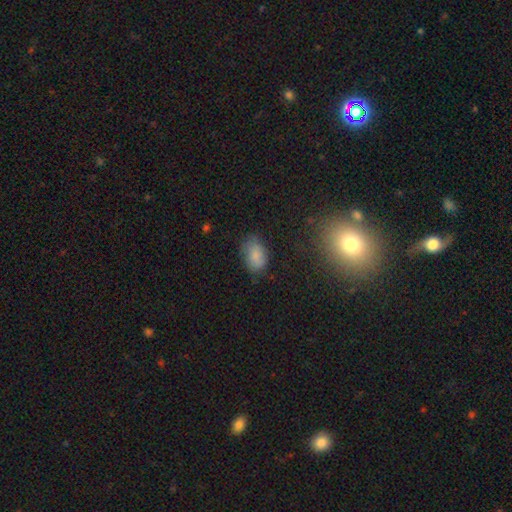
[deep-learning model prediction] Overall: smooth (80%). How rounded: in between (88%). Merging: none (70%).